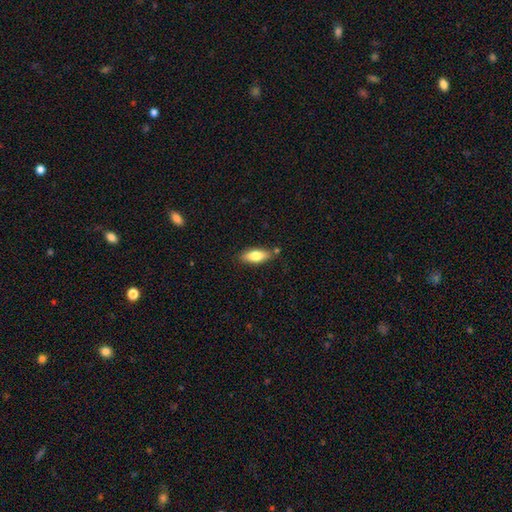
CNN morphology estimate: smooth 77%, featured or disk 17%, star or artifact 6%. Down the decision tree: how rounded — in between (74%); merging — none (79%).